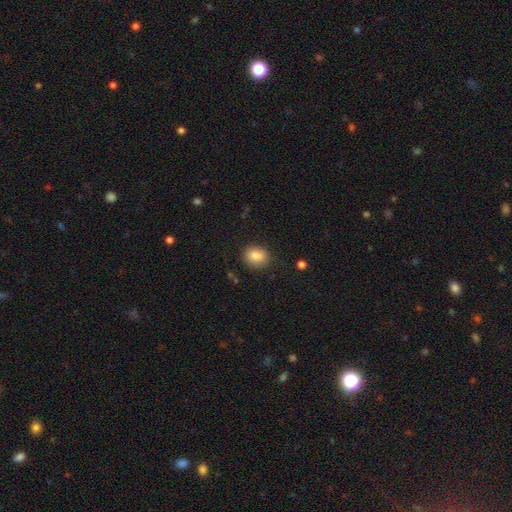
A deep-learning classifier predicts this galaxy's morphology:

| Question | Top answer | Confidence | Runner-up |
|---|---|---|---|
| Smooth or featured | smooth | 84% | star or artifact (9%) |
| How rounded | round | 51% | in between (48%) |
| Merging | none | 81% | minor disturbance (13%) |